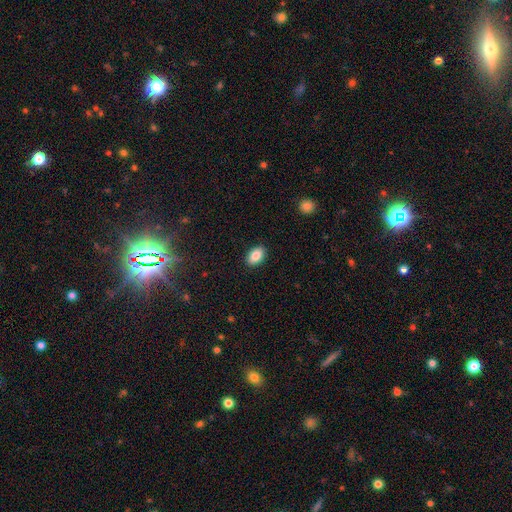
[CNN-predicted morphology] This is clearly a smooth galaxy (85%). How rounded: clearly in between (89%). Merging: clearly none (89%).